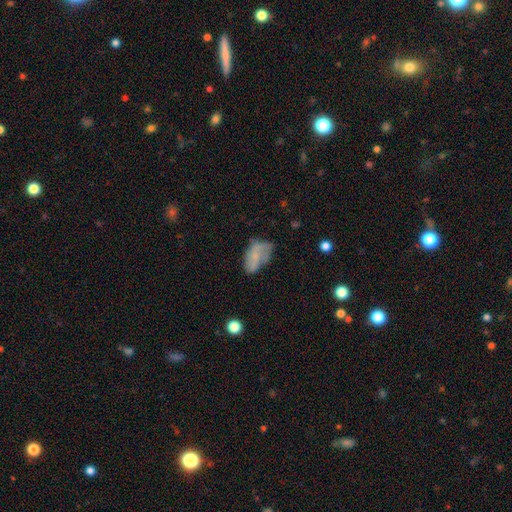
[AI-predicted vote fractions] A smooth galaxy with no disk features (56%) that is in between round and cigar-shaped (91%). Merging: none (39%).